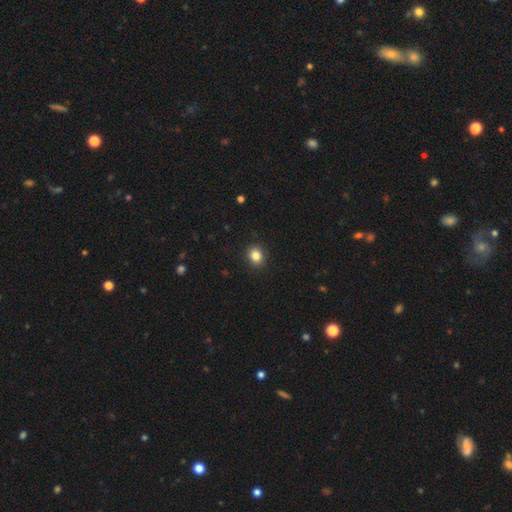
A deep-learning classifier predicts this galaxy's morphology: type=smooth (85%); roundness=round (68%); merging=none (91%).